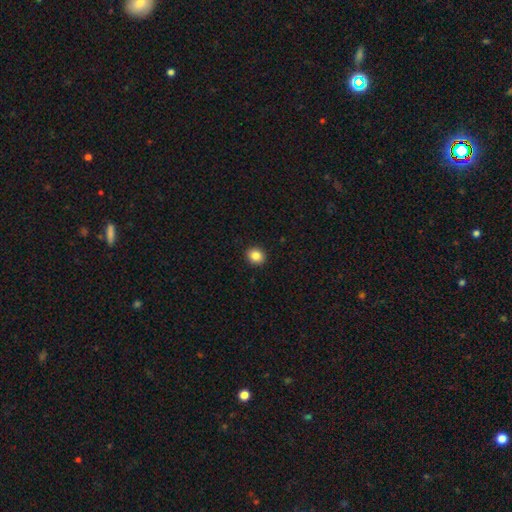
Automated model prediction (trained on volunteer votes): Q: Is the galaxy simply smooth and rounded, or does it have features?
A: smooth — 86%.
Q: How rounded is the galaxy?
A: round — 75%.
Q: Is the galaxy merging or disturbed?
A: none — 92%.